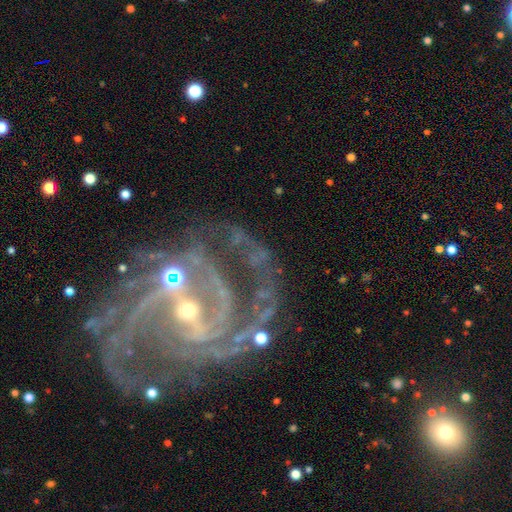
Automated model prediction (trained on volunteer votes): A featured or disk galaxy (87%) with a strong bar (51%), 2 (34%) tight (51%) spiral arms (97%) and a small central bulge (69%).

Vote fractions:
- Smooth or featured? featured or disk: 87% / star or artifact: 9% / smooth: 4%
- Edge-on disk? no: 97% / yes: 3%
- Bar? strong: 51% / weak: 29% / no: 20%
- Spiral arms? yes: 97% / no: 3%
- Spiral winding? tight: 51% / medium: 39% / loose: 10%
- Spiral arm count? 2: 34% / 3: 21% / can't tell: 16% / 4: 12% / more than 4: 9% / 1: 8%
- Bulge size? small: 69% / moderate: 26% / large: 2% / none: 2% / dominant: 1%
- Merging? none: 53% / major disturbance: 20% / minor disturbance: 19% / merger: 8%